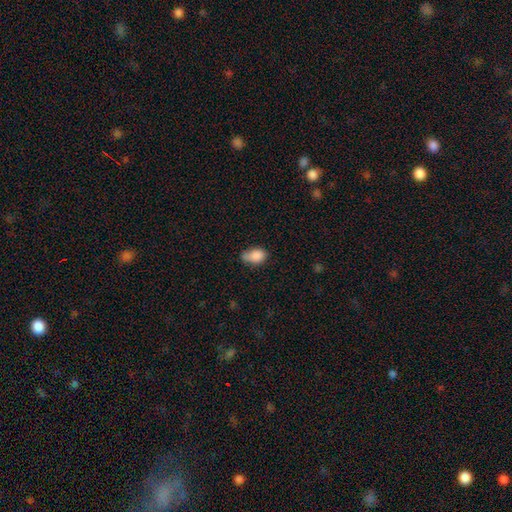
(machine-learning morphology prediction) A smooth galaxy with no disk features (85%) that is in between round and cigar-shaped (80%).

Vote fractions:
- Smooth or featured? smooth: 85% / star or artifact: 9% / featured or disk: 6%
- How rounded? in between: 80% / round: 19% / cigar-shaped: 2%
- Merging? none: 48% / minor disturbance: 35% / merger: 9% / major disturbance: 9%